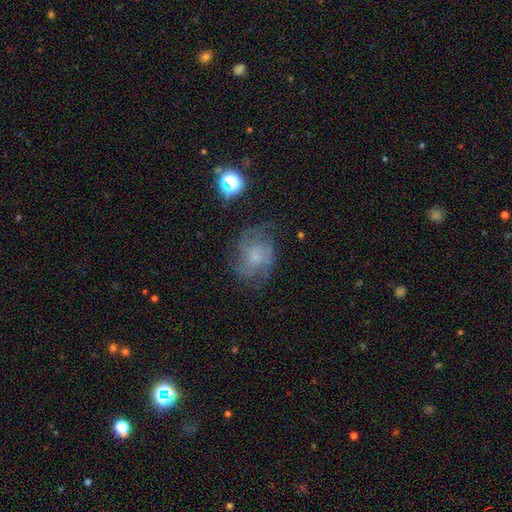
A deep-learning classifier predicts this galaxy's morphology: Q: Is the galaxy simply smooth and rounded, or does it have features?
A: featured or disk — 56%.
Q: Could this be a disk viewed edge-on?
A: no — 97%.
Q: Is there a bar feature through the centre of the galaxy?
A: no — 78%.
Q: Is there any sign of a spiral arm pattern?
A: yes — 74%.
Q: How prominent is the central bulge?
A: small — 34%.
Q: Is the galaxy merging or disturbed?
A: none — 61%.